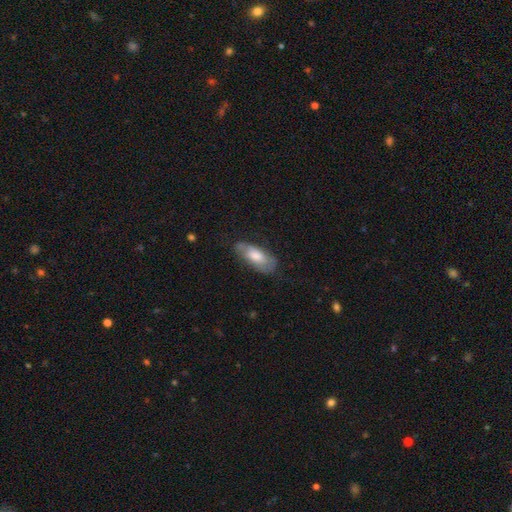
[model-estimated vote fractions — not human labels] This appears to be a smooth galaxy with no disk features (63%) that is in between round and cigar-shaped (82%). Merging: none (63%).